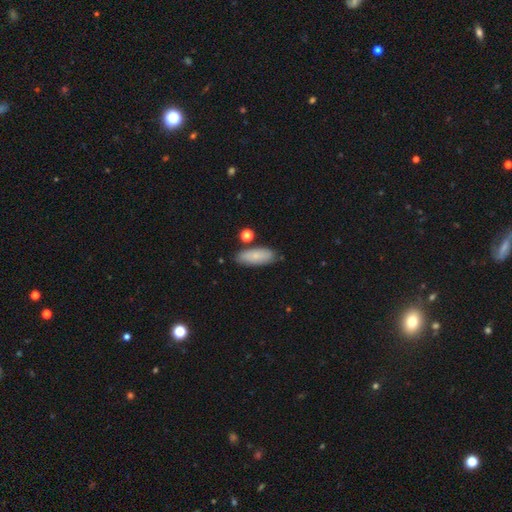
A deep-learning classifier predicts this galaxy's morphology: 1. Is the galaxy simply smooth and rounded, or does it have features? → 80% smooth, 13% featured or disk, 7% star or artifact.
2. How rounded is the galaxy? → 74% in between, 24% cigar-shaped, 2% round.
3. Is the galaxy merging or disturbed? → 79% none, 14% minor disturbance, 5% merger, 3% major disturbance.